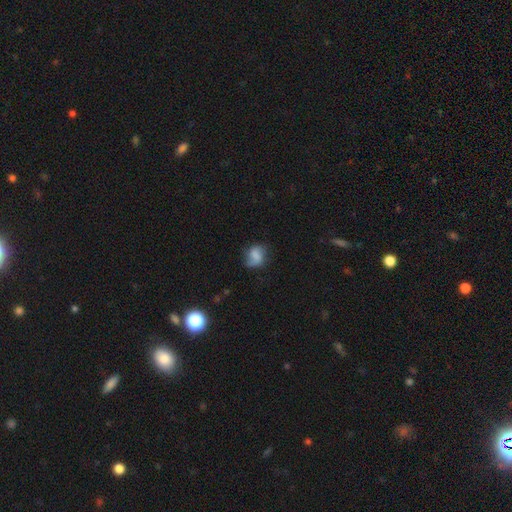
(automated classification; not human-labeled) smooth-or-featured: smooth: 59% | featured or disk: 31% | star or artifact: 10%
  how-rounded: round: 50% | in between: 48% | cigar-shaped: 1%
  merging: none: 57% | minor disturbance: 28% | major disturbance: 12% | merger: 2%